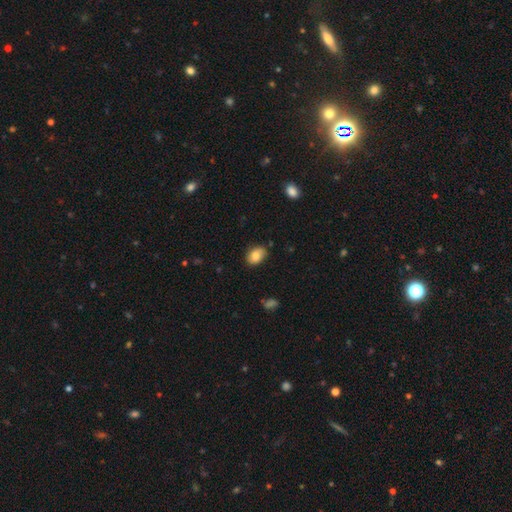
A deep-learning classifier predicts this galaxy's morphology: smooth-or-featured: smooth: 83% | featured or disk: 9% | star or artifact: 8%
  how-rounded: in between: 79% | round: 20% | cigar-shaped: 1%
  merging: none: 75% | minor disturbance: 19% | major disturbance: 3% | merger: 2%